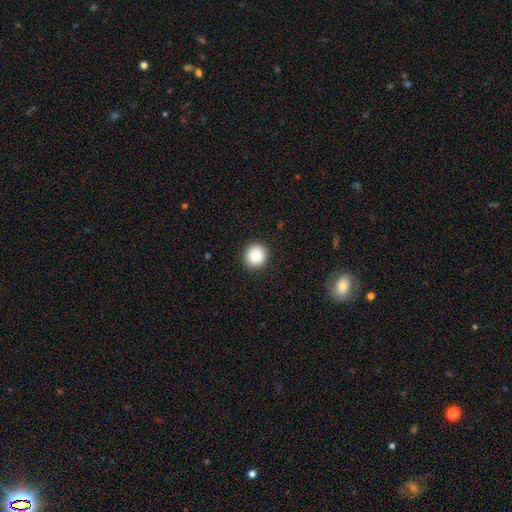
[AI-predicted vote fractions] This appears to be a smooth galaxy with no disk features (88%) that is round (90%). Merging: none (91%).